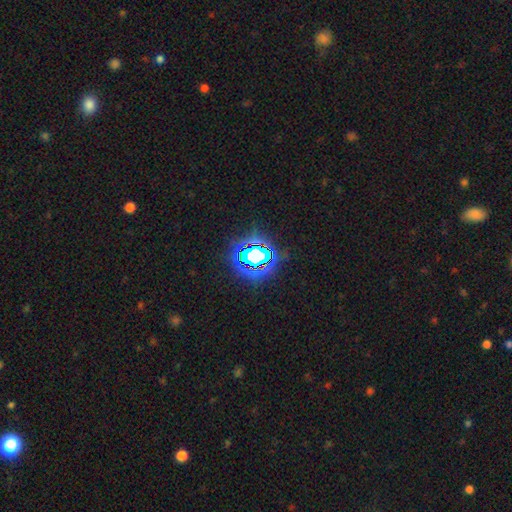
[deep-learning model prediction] smooth_or_featured: star or artifact (p=0.67) [alt: smooth p=0.19]